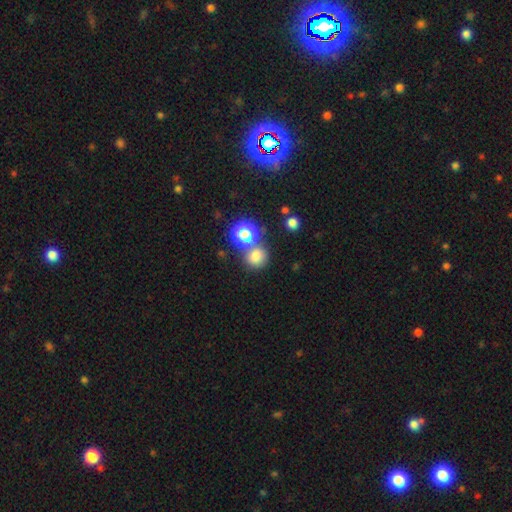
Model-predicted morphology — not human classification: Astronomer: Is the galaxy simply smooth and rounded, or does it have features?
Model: smooth — 73%.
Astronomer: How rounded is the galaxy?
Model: round — 84%.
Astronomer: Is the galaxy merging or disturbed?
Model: none — 62%.